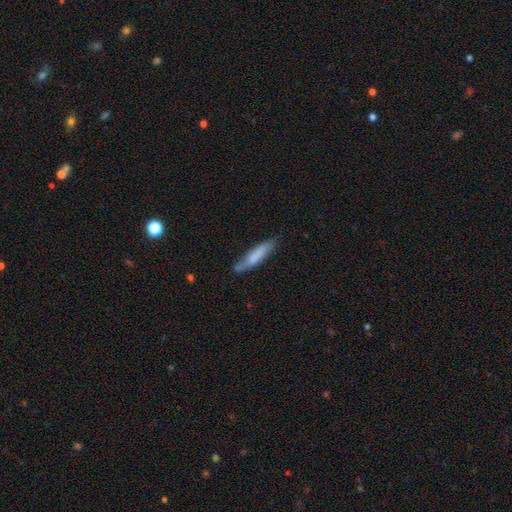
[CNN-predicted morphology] Smooth or featured: smooth — 68% (featured or disk — 26%)
How rounded: cigar-shaped — 82% (in between — 17%)
Merging: none — 65% (minor disturbance — 26%)